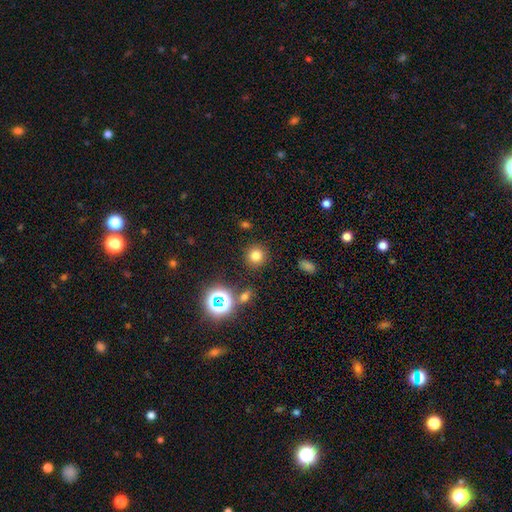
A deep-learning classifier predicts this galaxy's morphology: smooth_or_featured: smooth (p=0.75) [alt: star or artifact p=0.19]
how_rounded: round (p=0.91) [alt: in between p=0.08]
merging: none (p=0.87) [alt: minor disturbance p=0.07]